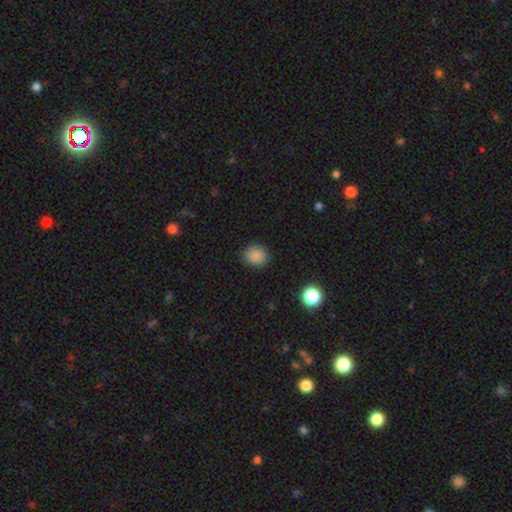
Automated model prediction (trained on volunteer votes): Morphology: type=smooth (86%); roundness=round (83%); merging=none (88%).